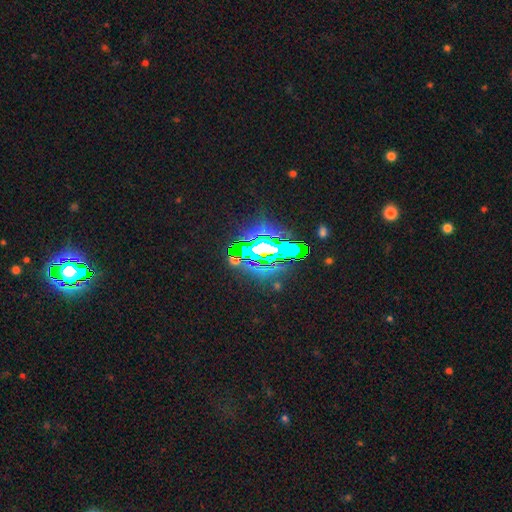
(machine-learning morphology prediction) Smooth or featured? star or artifact (73%)